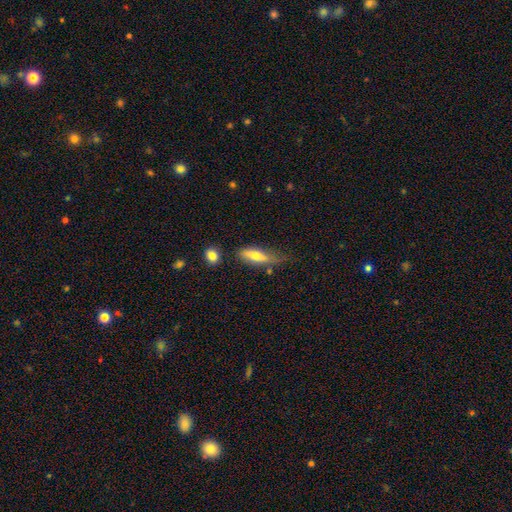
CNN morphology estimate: This appears to be a smooth galaxy with no disk features (60%) that is cigar-shaped (55%). Merging: none (49%).